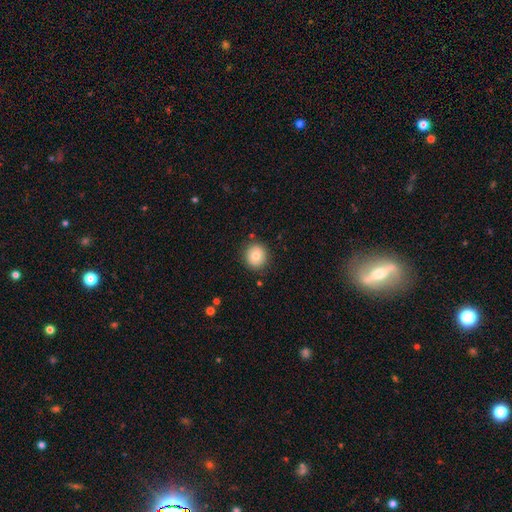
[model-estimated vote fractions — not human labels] Q: Smooth or featured?
A: smooth (77%); runner-up: featured or disk (14%)
Q: How rounded?
A: round (91%); runner-up: in between (8%)
Q: Merging?
A: none (88%); runner-up: minor disturbance (8%)